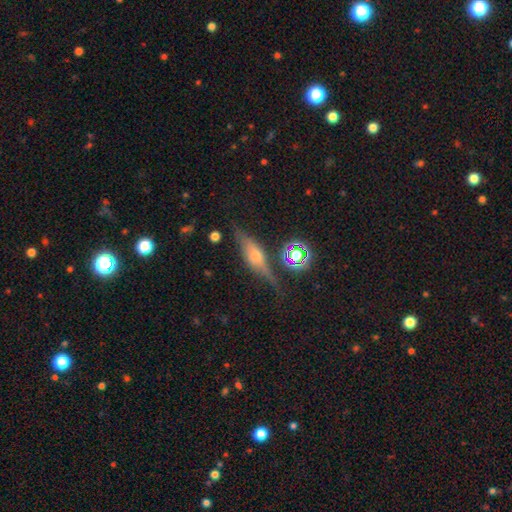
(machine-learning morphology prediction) Smooth or featured?
  - featured or disk: 62% *
  - smooth: 23%
  - star or artifact: 16%
Edge-on disk?
  - yes: 90% *
  - no: 10%
Edge-on bulge?
  - rounded: 85% *
  - boxy: 10%
  - none: 5%
Merging?
  - none: 75% *
  - minor disturbance: 16%
  - major disturbance: 5%
  - merger: 3%